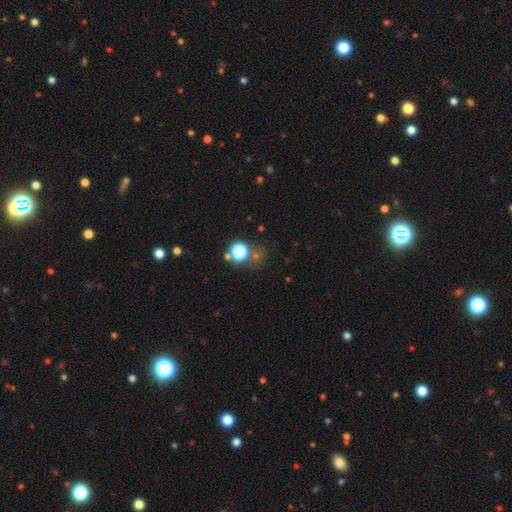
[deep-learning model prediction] Overall: star or artifact (55%; smooth 36%).